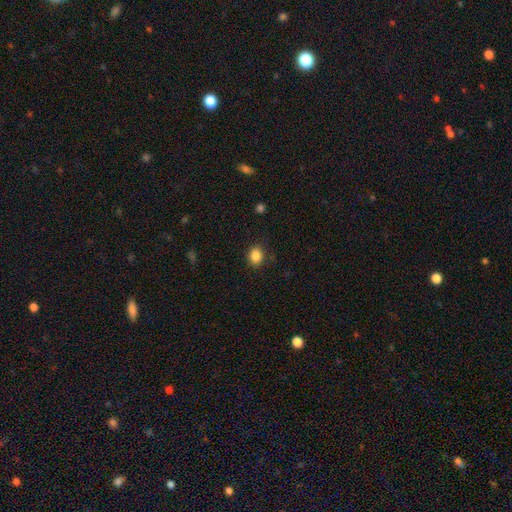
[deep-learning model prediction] Smooth or featured? smooth (86%)
How rounded? round (52%)
Merging? none (84%)